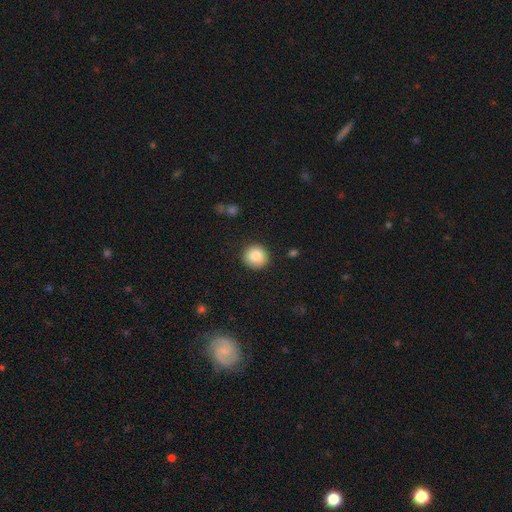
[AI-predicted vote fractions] Smooth or featured? Predicted: smooth (p=0.86). How rounded? Predicted: round (p=0.92). Merging? Predicted: none (p=0.90).